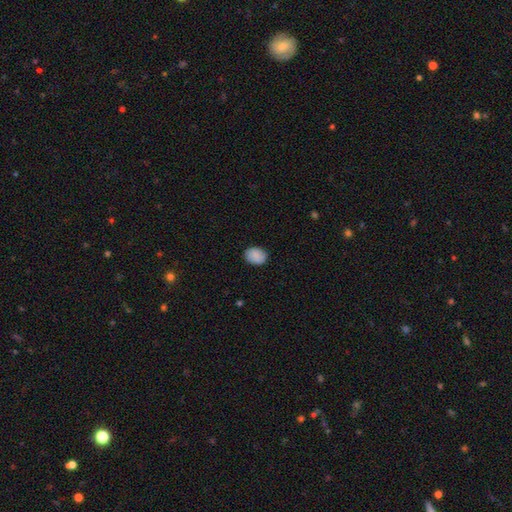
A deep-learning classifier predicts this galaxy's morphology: A smooth galaxy with no disk features (88%) that is in between round and cigar-shaped (55%). Merging: none (87%).